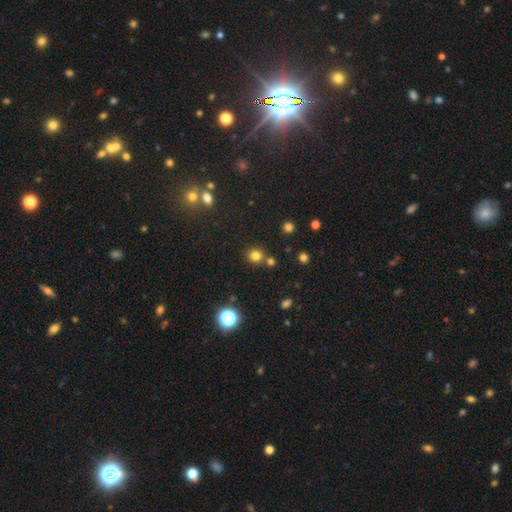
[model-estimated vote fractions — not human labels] Smooth or featured? Predicted: smooth (p=0.77). How rounded? Predicted: round (p=0.86). Merging? Predicted: none (p=0.76).